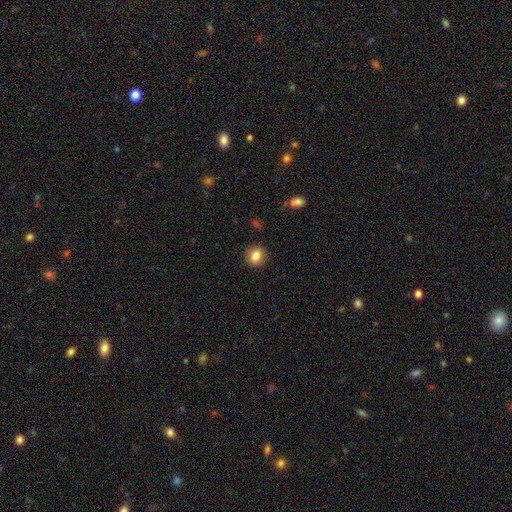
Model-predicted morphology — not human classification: Smooth or featured? Predicted: smooth (p=0.83). How rounded? Predicted: round (p=0.64). Merging? Predicted: none (p=0.88).